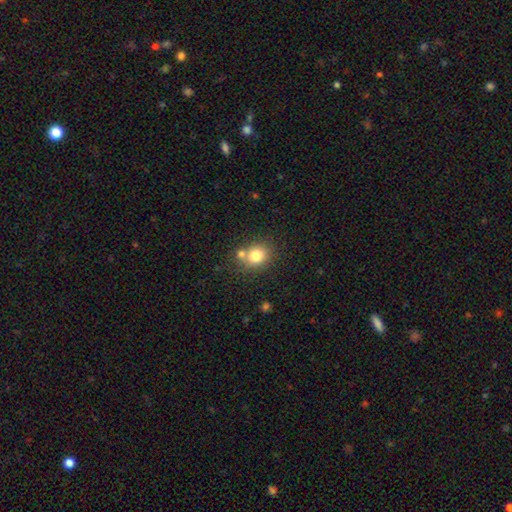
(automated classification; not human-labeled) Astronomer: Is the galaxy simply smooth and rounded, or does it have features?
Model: smooth — 78%.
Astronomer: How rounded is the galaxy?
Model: round — 69%.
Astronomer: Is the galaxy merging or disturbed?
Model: none — 60%.